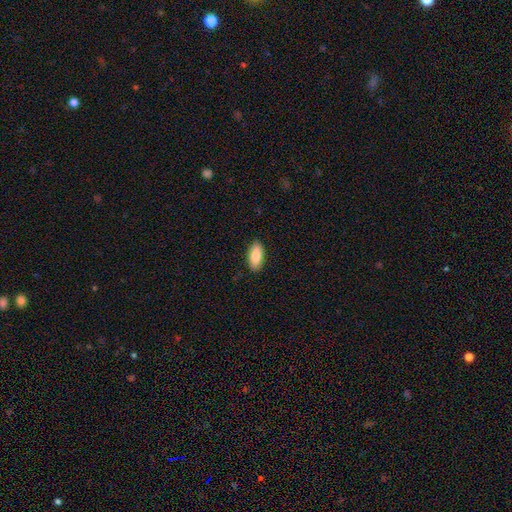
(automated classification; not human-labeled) Overall: smooth (84%). How rounded: in between (88%). Merging: none (89%).